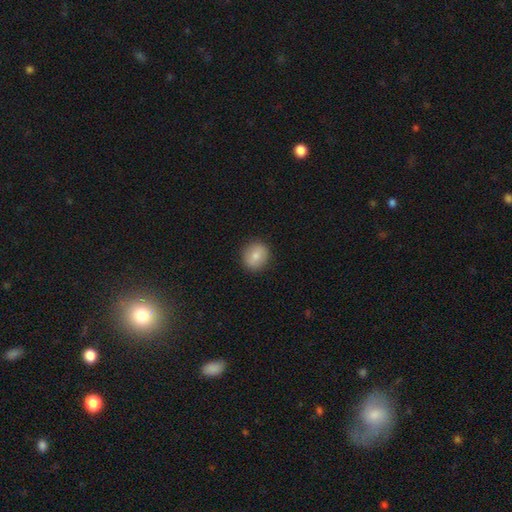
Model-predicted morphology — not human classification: This is clearly a smooth galaxy (80%). How rounded: clearly round (82%). Merging: clearly none (90%).